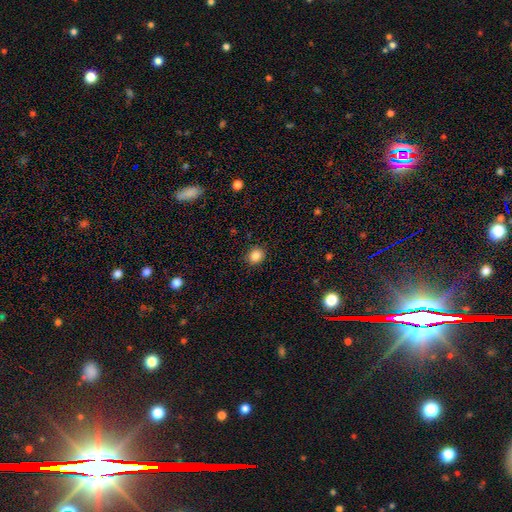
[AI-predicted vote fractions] Smooth or featured? Predicted: smooth (p=0.86). How rounded? Predicted: round (p=0.74). Merging? Predicted: none (p=0.89).